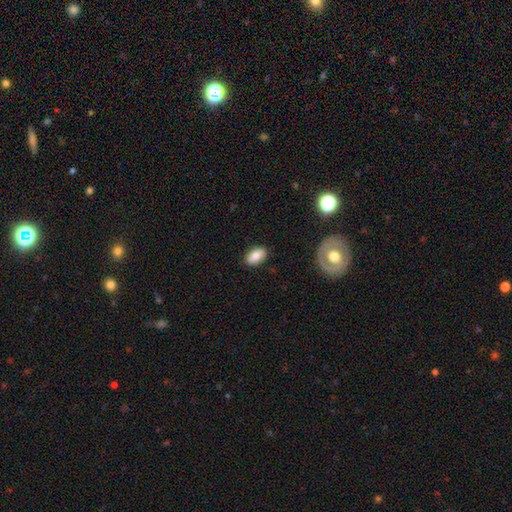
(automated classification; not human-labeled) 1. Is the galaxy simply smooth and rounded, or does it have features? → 74% smooth, 18% featured or disk, 7% star or artifact.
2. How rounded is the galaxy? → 90% in between, 7% round, 3% cigar-shaped.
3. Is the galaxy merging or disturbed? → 87% none, 9% minor disturbance, 2% major disturbance, 1% merger.